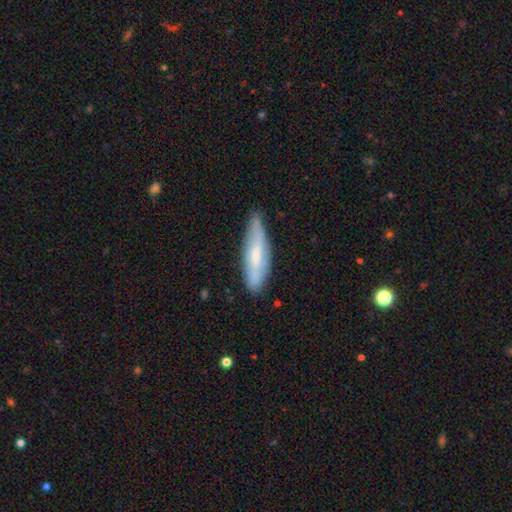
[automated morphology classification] A smooth galaxy with no disk features (51%) that is cigar-shaped (62%). Merging: none (65%).